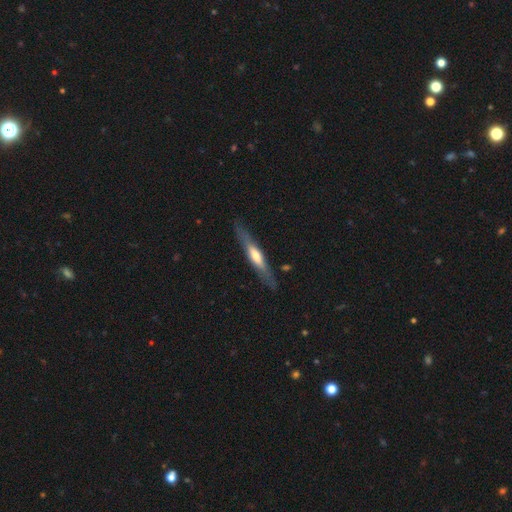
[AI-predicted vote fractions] This is possibly a featured or disk galaxy (56%). It is clearly viewed edge-on (87%). Merging: clearly none (82%).